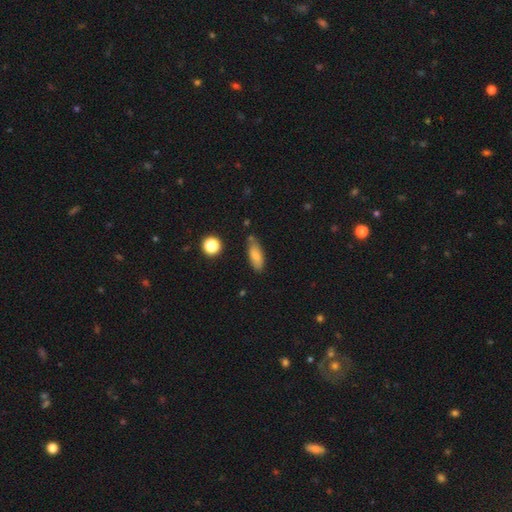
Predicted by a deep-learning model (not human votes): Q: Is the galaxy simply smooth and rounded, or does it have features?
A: smooth — 78%.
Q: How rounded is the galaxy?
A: in between — 71%.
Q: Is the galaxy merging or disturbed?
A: none — 70%.